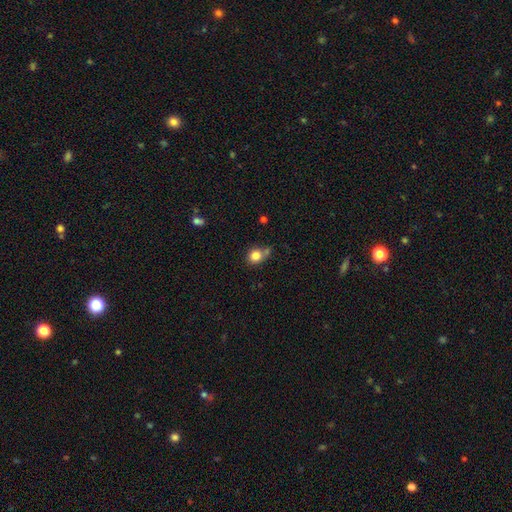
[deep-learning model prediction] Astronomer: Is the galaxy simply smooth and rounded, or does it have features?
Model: smooth — 82%.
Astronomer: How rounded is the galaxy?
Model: round — 78%.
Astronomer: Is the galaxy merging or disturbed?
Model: none — 57%.